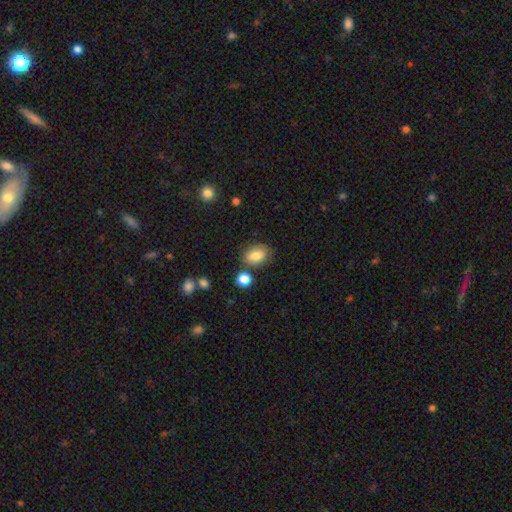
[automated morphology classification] smooth_or_featured: smooth (p=0.83) [alt: star or artifact p=0.09]
how_rounded: in between (p=0.79) [alt: round p=0.20]
merging: none (p=0.74) [alt: minor disturbance p=0.15]